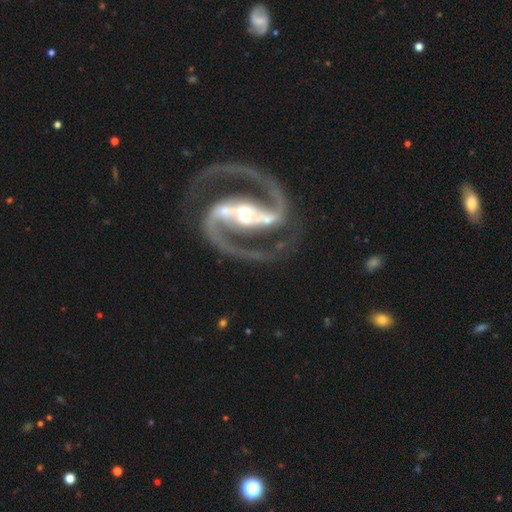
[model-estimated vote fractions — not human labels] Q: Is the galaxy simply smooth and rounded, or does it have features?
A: featured or disk — 95%.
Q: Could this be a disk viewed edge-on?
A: no — 98%.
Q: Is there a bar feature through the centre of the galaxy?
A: strong — 76%.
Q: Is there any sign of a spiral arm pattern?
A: yes — 99%.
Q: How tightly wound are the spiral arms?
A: medium — 67%.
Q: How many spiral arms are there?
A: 2 — 95%.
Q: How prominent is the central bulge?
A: moderate — 52%.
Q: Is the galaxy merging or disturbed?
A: none — 81%.